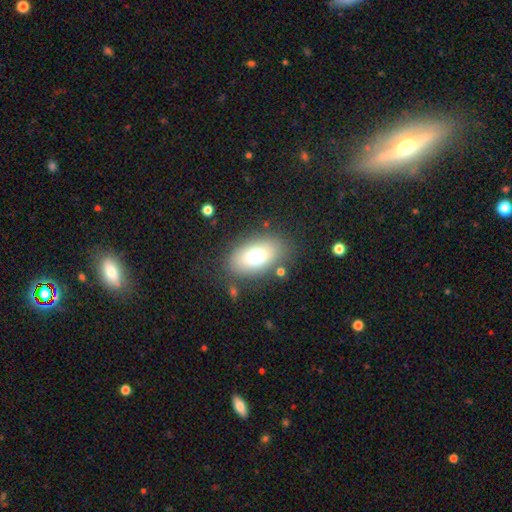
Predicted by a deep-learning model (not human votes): This appears to be a smooth galaxy with no disk features (72%) that is in between round and cigar-shaped (87%). Merging: none (79%).